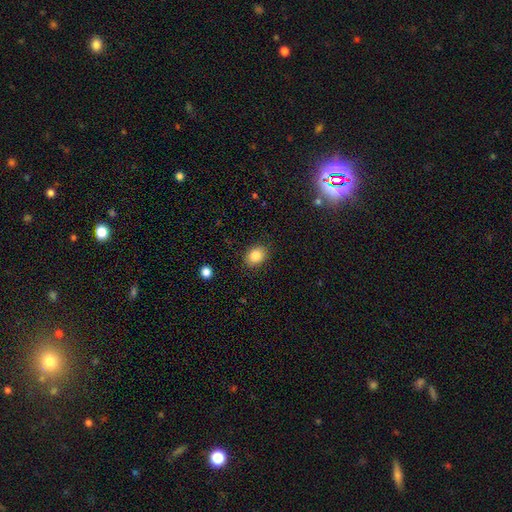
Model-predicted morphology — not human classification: Overall: smooth (85%). How rounded: in between (61%; round 39%). Merging: none (87%).